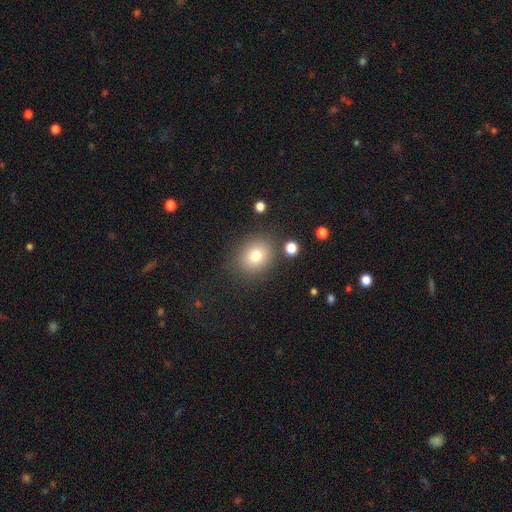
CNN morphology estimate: Smooth or featured: smooth — 78% (star or artifact — 12%)
How rounded: round — 67% (in between — 32%)
Merging: none — 82% (minor disturbance — 11%)